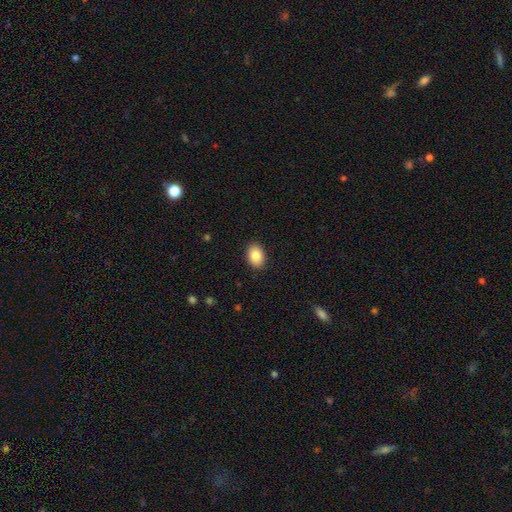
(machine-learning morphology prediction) Overall: smooth (86%). How rounded: in between (80%). Merging: none (90%).